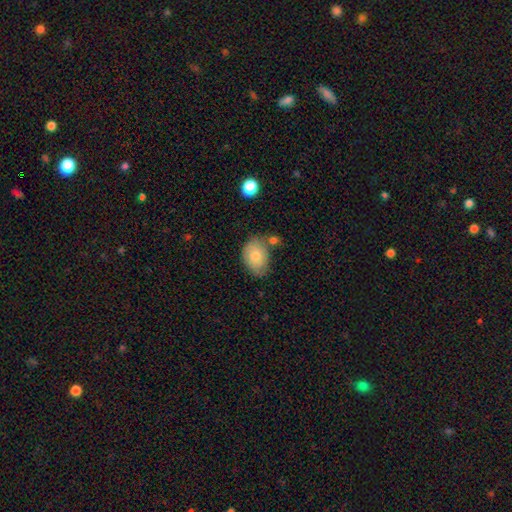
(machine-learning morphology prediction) This appears to be a smooth galaxy with no disk features (77%) that is in between round and cigar-shaped (76%). Merging: none (55%).